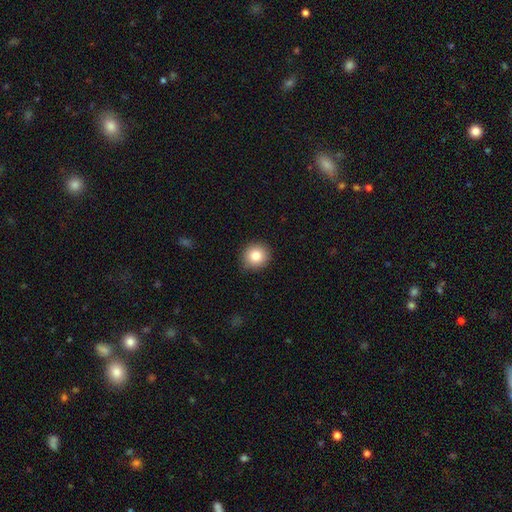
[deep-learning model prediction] This is clearly a smooth galaxy (84%). How rounded: clearly round (91%). Merging: clearly none (88%).